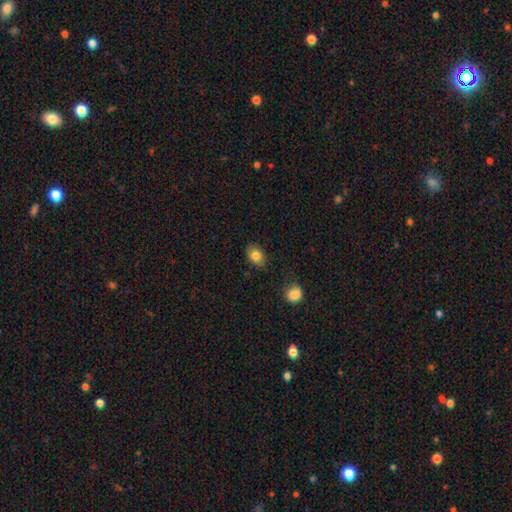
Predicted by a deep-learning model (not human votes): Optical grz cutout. It shows a smooth galaxy with no disk features (82%) that is in between round and cigar-shaped (73%). Merging: none (82%).